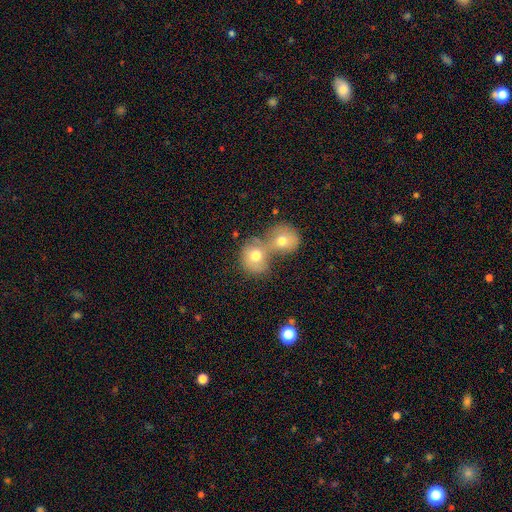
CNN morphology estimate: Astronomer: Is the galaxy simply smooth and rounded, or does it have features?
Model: smooth — 71%.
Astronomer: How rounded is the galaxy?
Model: round — 72%.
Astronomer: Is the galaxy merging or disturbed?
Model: merger — 72%.